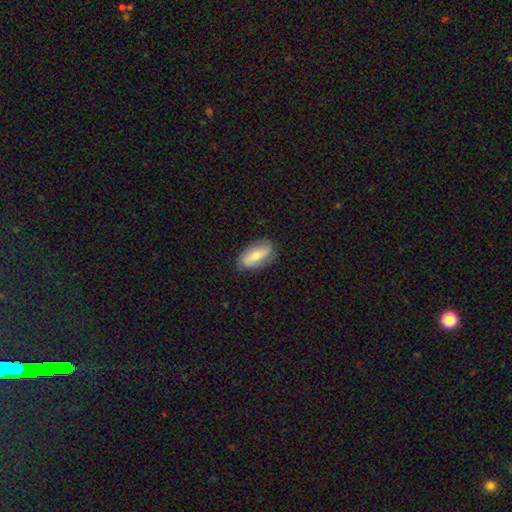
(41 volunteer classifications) Q: Smooth or featured?
A: featured or disk (63%); runner-up: smooth (32%)
Q: Edge-on disk?
A: no (100%)
Q: Bar?
A: no (58%); runner-up: weak (27%)
Q: Spiral arms?
A: yes (73%); runner-up: no (27%)
Q: Spiral winding?
A: tight (58%); runner-up: loose (32%)
Q: Spiral arm count?
A: 2 (68%); runner-up: can't tell (32%)
Q: Bulge size?
A: moderate (42%); tied with: small (42%)
Q: Merging?
A: none (79%); runner-up: minor disturbance (18%)